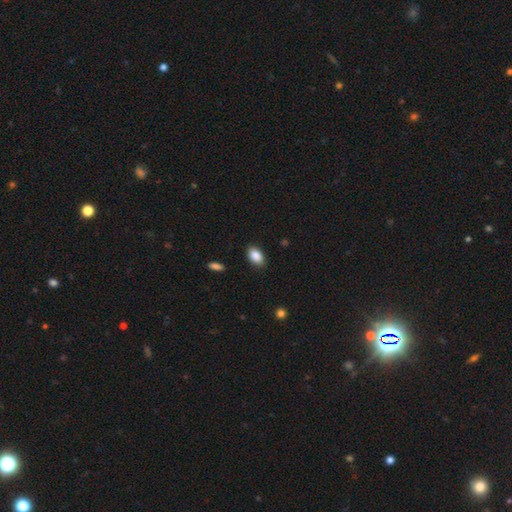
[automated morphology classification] Smooth or featured? Predicted: smooth (p=0.88). How rounded? Predicted: in between (p=0.91). Merging? Predicted: none (p=0.87).